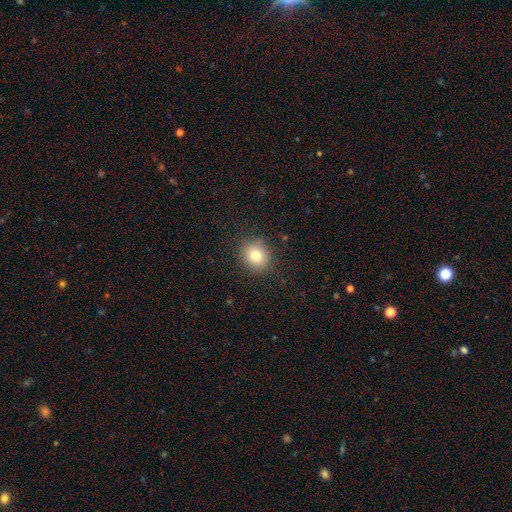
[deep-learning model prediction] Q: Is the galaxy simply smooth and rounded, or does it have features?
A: smooth — 79%.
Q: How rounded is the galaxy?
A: round — 79%.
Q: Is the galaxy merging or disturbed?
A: none — 87%.